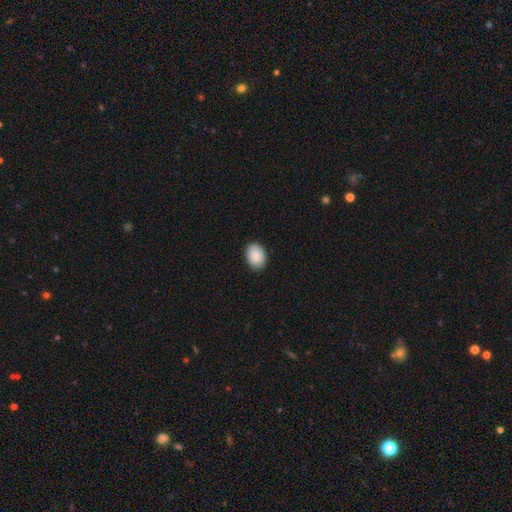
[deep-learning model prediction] A smooth galaxy with no disk features (89%) that is in between round and cigar-shaped (68%).

Vote fractions:
- Smooth or featured? smooth: 89% / star or artifact: 6% / featured or disk: 4%
- How rounded? in between: 68% / round: 31% / cigar-shaped: 1%
- Merging? none: 86% / minor disturbance: 11% / major disturbance: 2% / merger: 1%